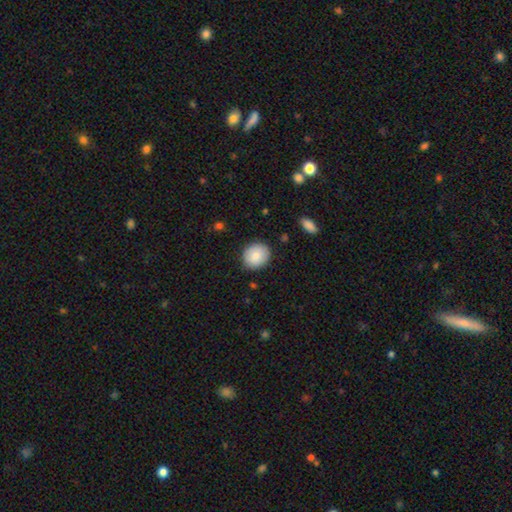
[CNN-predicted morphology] Smooth or featured? smooth (84%)
How rounded? round (72%)
Merging? none (85%)